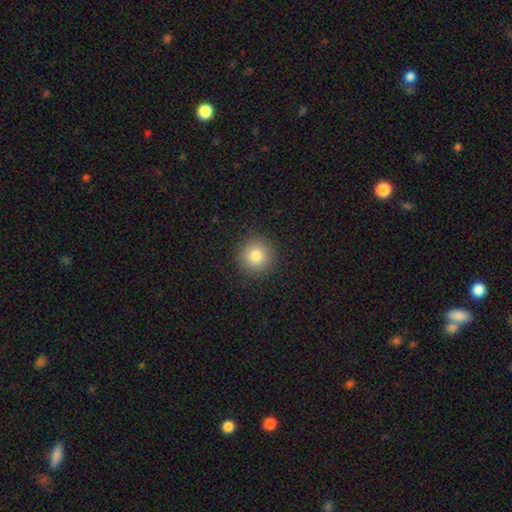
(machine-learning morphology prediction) Smooth or featured? Predicted: smooth (p=0.82). How rounded? Predicted: round (p=0.94). Merging? Predicted: none (p=0.91).